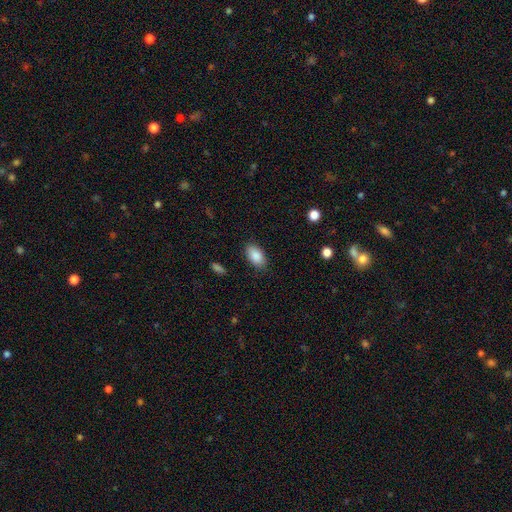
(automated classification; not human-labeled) A smooth galaxy with no disk features (88%) that is in between round and cigar-shaped (93%).

Vote fractions:
- Smooth or featured? smooth: 88% / star or artifact: 7% / featured or disk: 5%
- How rounded? in between: 93% / round: 5% / cigar-shaped: 2%
- Merging? none: 84% / minor disturbance: 12% / major disturbance: 3% / merger: 1%